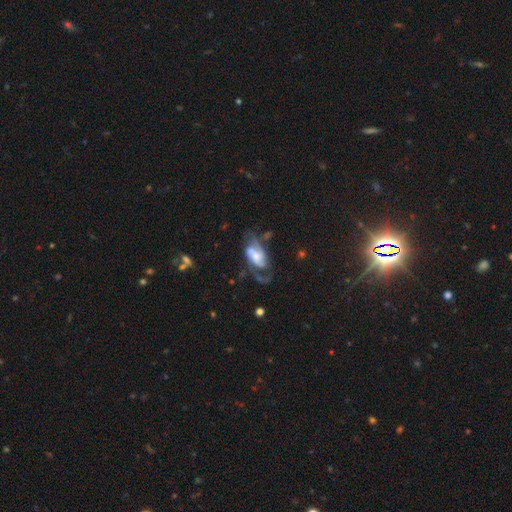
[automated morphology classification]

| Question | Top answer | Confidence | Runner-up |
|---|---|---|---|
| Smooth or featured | featured or disk | 74% | smooth (19%) |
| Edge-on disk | no | 95% | yes (5%) |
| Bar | no | 47% | weak (38%) |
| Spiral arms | yes | 88% | no (12%) |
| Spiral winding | medium | 43% | loose (39%) |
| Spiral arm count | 2 | 74% | can't tell (11%) |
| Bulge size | moderate | 41% | small (38%) |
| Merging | none | 42% | major disturbance (30%) |